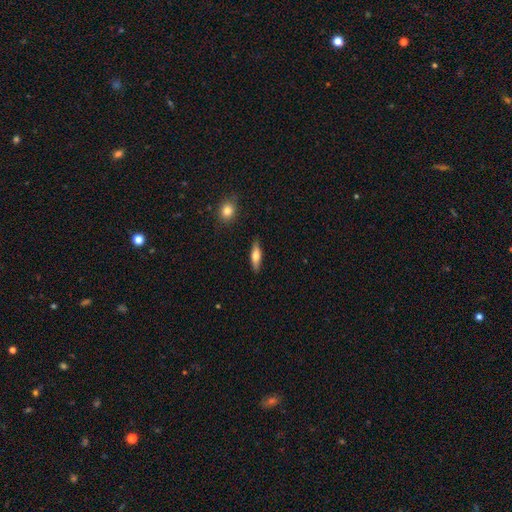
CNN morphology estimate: smooth-or-featured: smooth: 63% | featured or disk: 31% | star or artifact: 6%
  how-rounded: cigar-shaped: 59% | in between: 39% | round: 3%
  merging: none: 86% | minor disturbance: 10% | major disturbance: 2% | merger: 1%